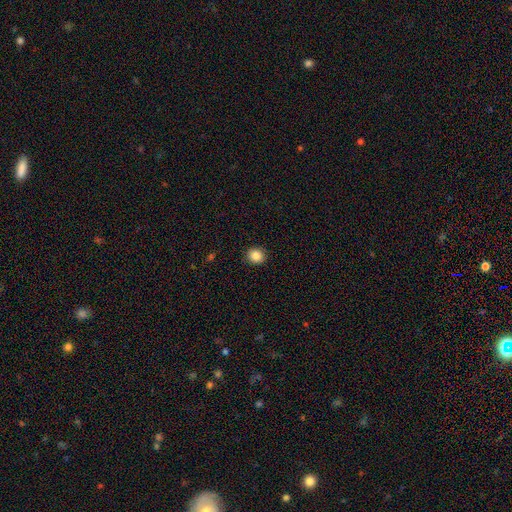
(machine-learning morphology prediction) type=smooth (86%); roundness=round (82%); merging=none (90%).